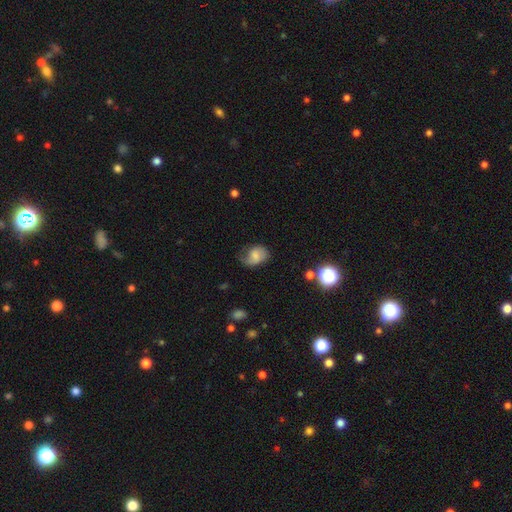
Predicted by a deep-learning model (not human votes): Q: Smooth or featured?
A: smooth (56%); runner-up: featured or disk (34%)
Q: How rounded?
A: in between (66%); runner-up: round (32%)
Q: Merging?
A: none (45%); runner-up: minor disturbance (32%)